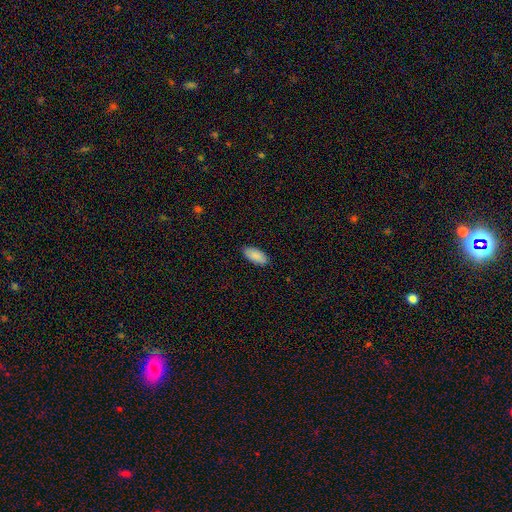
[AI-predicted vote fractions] smooth-or-featured: smooth: 89% | star or artifact: 6% | featured or disk: 5%
  how-rounded: in between: 92% | cigar-shaped: 6% | round: 2%
  merging: none: 89% | minor disturbance: 9% | major disturbance: 2% | merger: 1%